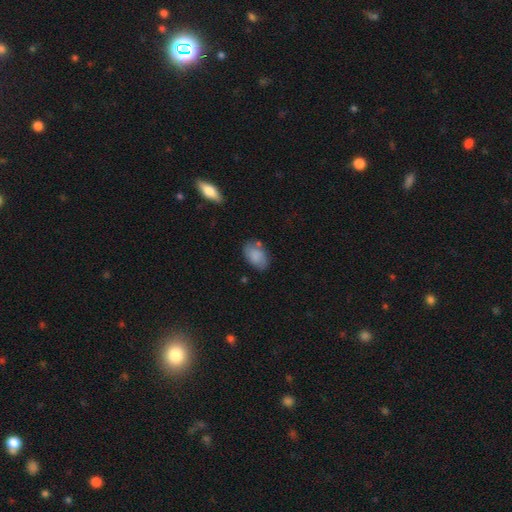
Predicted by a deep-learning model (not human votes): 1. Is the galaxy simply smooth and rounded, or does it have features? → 82% smooth, 11% featured or disk, 7% star or artifact.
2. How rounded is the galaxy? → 90% in between, 9% round, 1% cigar-shaped.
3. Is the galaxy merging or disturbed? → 69% none, 20% minor disturbance, 6% merger, 5% major disturbance.